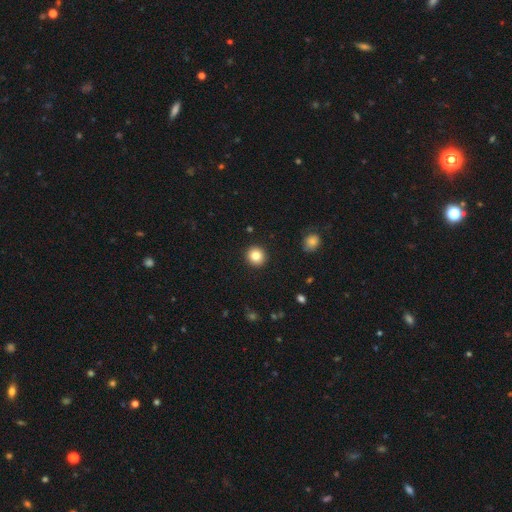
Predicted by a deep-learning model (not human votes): Overall: smooth (84%). How rounded: round (94%). Merging: none (93%).